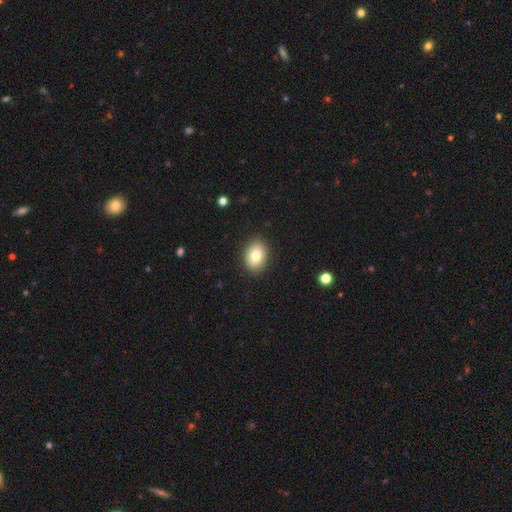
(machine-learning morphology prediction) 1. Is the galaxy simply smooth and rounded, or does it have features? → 79% smooth, 13% featured or disk, 9% star or artifact.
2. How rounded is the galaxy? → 73% in between, 26% round, 1% cigar-shaped.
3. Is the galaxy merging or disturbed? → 89% none, 8% minor disturbance, 2% major disturbance, 1% merger.